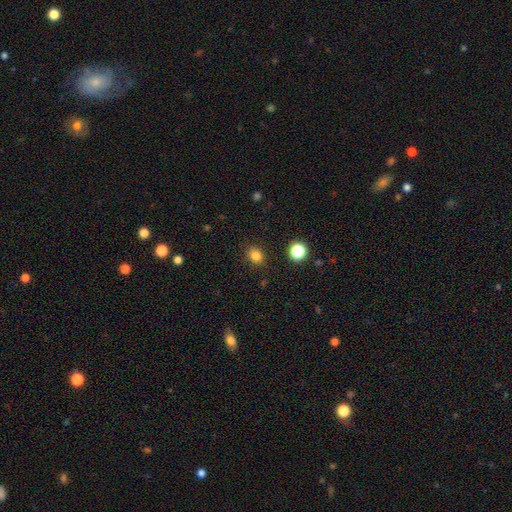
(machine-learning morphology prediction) Smooth or featured: smooth — 82% (star or artifact — 13%)
How rounded: round — 61% (in between — 38%)
Merging: none — 87% (minor disturbance — 9%)